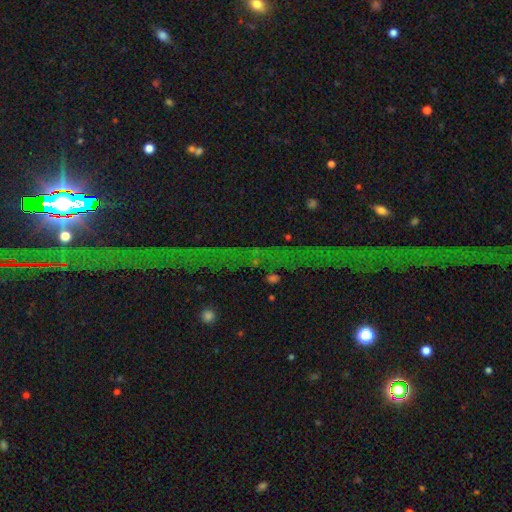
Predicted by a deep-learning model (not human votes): Smooth or featured? Predicted: star or artifact (p=0.79).